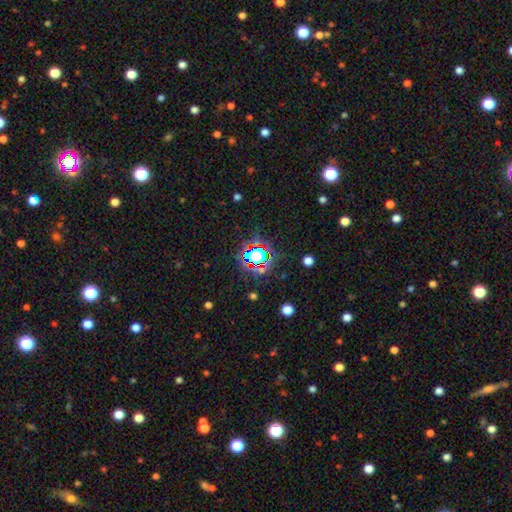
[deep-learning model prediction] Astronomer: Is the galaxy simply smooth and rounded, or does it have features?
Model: star or artifact — 62%.